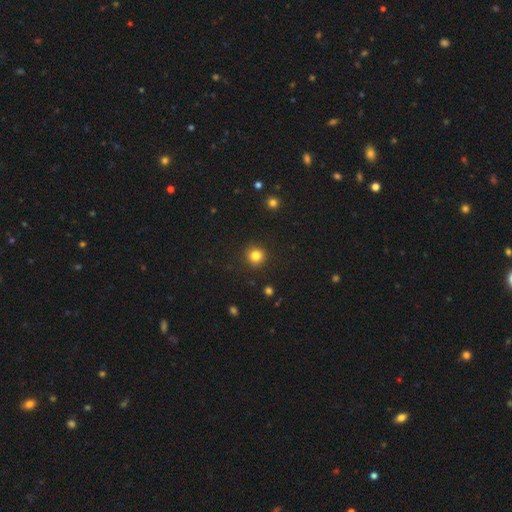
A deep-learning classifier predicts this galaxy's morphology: smooth 83%, star or artifact 12%, featured or disk 5%. Down the decision tree: how rounded — round (93%); merging — none (91%).